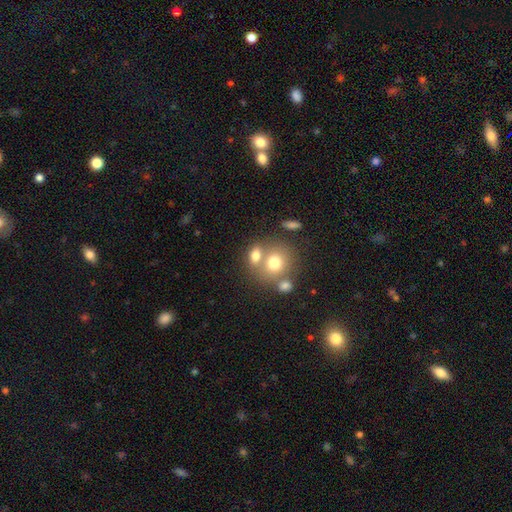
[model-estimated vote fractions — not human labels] Overall: smooth (73%). How rounded: round (57%; in between 41%). Merging: merger (45%; none 41%).